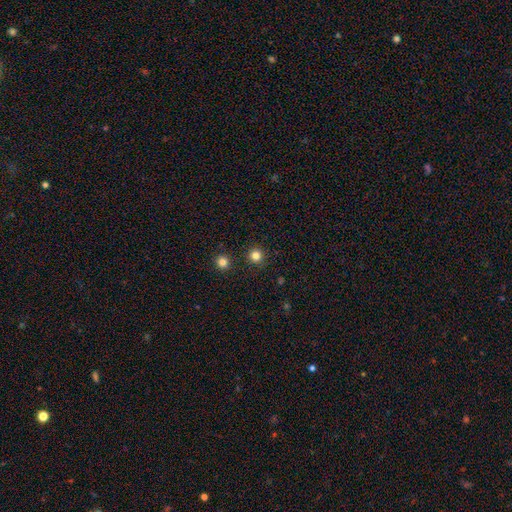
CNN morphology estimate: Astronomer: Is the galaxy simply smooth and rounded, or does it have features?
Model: smooth — 81%.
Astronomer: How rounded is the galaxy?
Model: round — 95%.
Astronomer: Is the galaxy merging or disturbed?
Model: none — 92%.